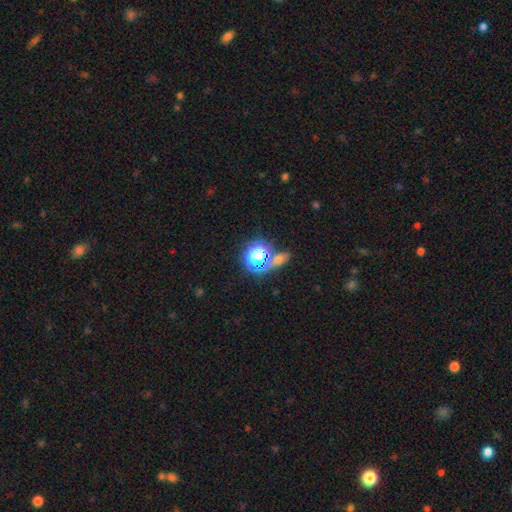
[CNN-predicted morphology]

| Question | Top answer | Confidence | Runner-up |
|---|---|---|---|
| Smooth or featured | star or artifact | 48% | smooth (41%) |